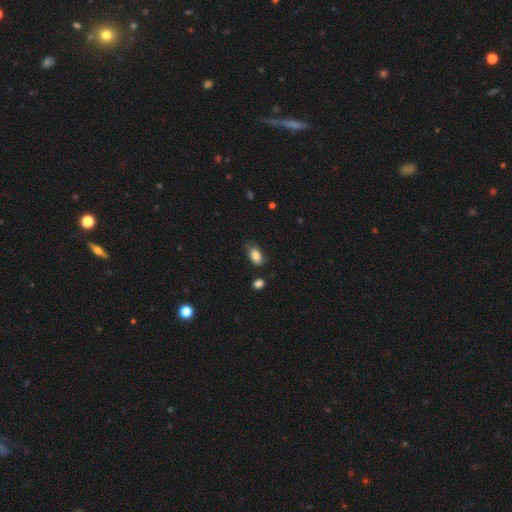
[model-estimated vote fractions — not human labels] Smooth or featured? Predicted: smooth (p=0.85). How rounded? Predicted: in between (p=0.91). Merging? Predicted: none (p=0.71).